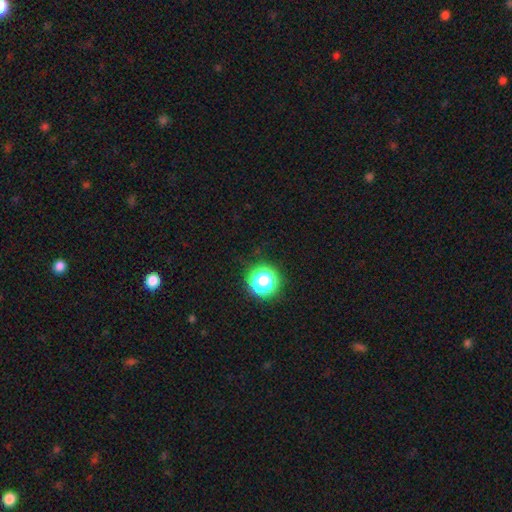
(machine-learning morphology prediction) The model was most divided on "smooth or featured": star or artifact: 74%, smooth: 20%, featured or disk: 7%.